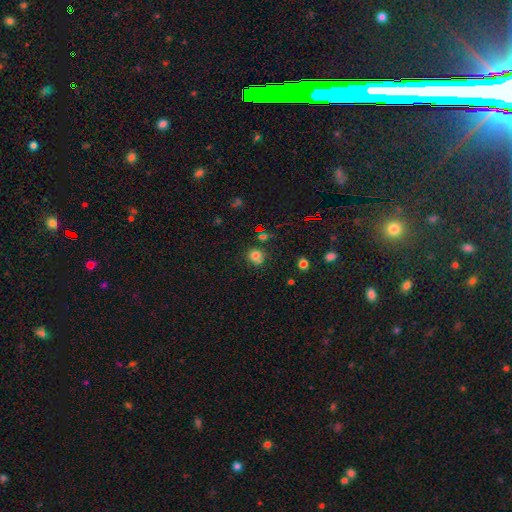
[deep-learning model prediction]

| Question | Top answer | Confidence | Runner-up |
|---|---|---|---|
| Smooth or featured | smooth | 70% | star or artifact (23%) |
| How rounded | round | 86% | in between (12%) |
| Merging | none | 72% | minor disturbance (14%) |